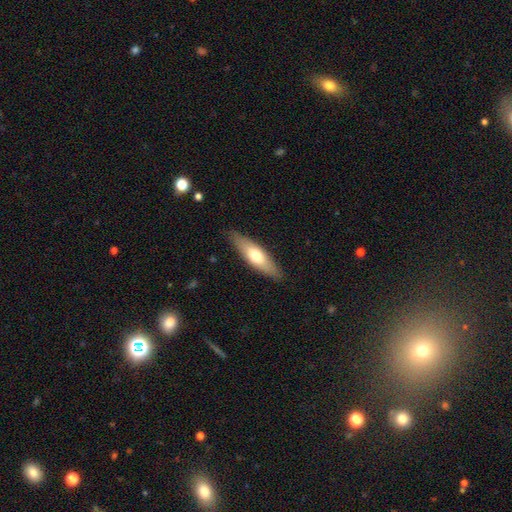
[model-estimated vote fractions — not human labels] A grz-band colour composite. It shows a smooth galaxy with no disk features (56%) that is cigar-shaped (56%). Merging: none (86%).